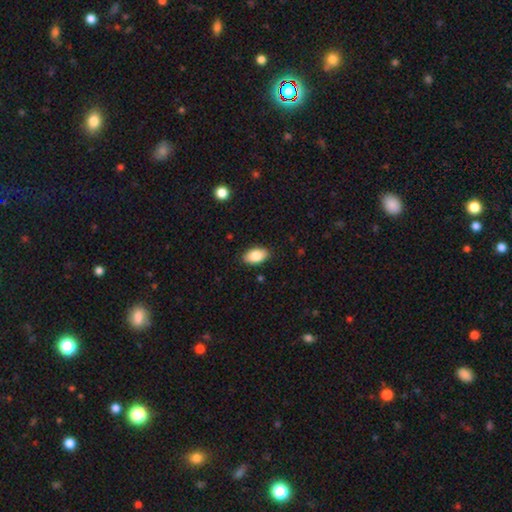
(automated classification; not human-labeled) smooth_or_featured: smooth (p=0.87) [alt: star or artifact p=0.07]
how_rounded: in between (p=0.94) [alt: round p=0.05]
merging: none (p=0.88) [alt: minor disturbance p=0.09]